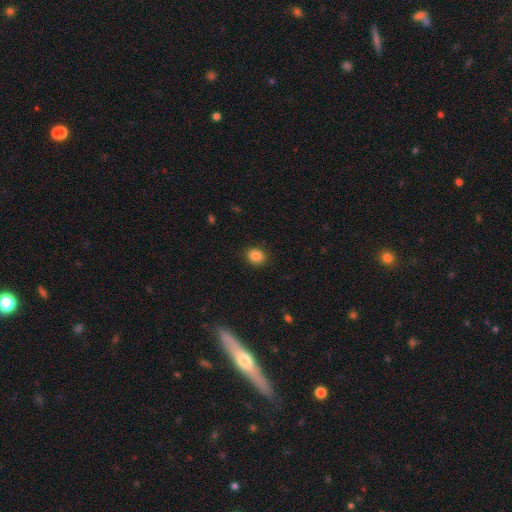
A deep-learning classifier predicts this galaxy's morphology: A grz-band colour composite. It shows a smooth galaxy with no disk features (87%) that is round (62%). Merging: none (89%).